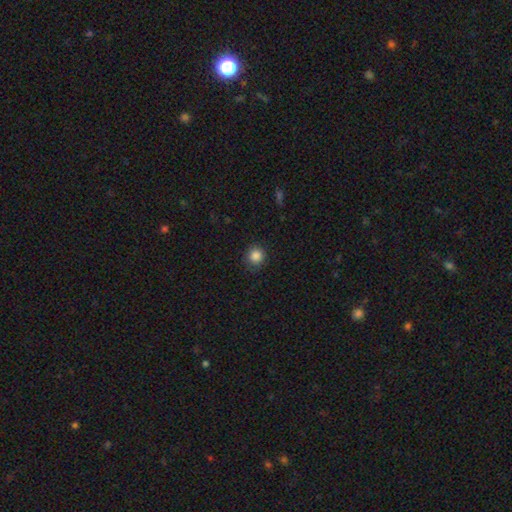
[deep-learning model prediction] The model was most divided on "merging": none: 83%, minor disturbance: 12%, major disturbance: 3%, merger: 1%. More confident: how rounded — round (90%); smooth or featured — smooth (85%).